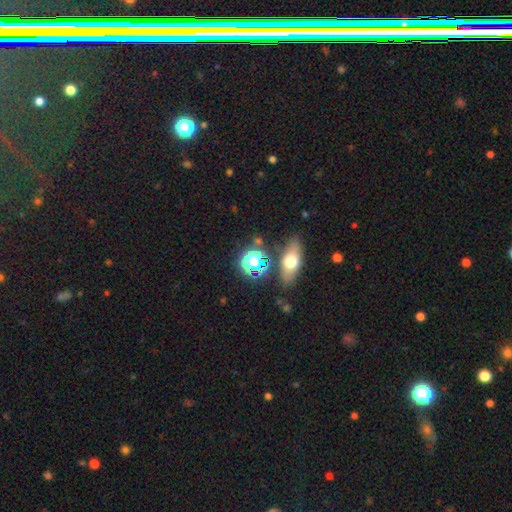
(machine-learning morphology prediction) Smooth or featured? smooth (42%)
Merging? none (80%)